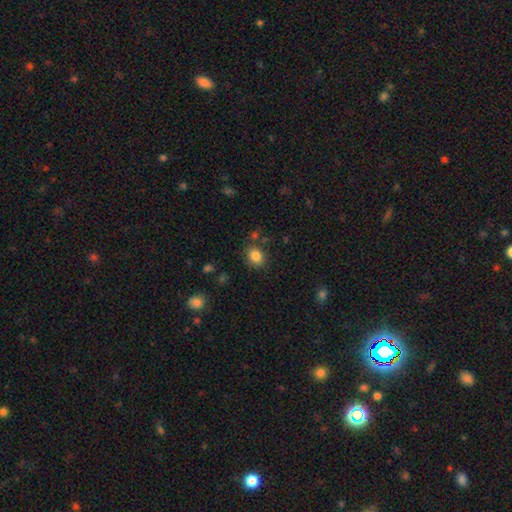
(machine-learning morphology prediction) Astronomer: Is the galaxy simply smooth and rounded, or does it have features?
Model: smooth — 84%.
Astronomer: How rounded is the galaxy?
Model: round — 57% (runner-up: in between, 42%).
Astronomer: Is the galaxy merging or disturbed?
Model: none — 80%.